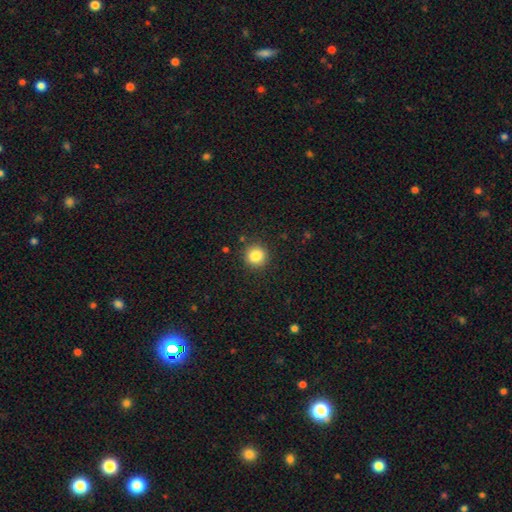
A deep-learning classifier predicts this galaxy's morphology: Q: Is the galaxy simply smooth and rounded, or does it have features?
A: smooth — 85%.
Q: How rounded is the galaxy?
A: round — 91%.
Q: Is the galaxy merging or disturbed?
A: none — 89%.